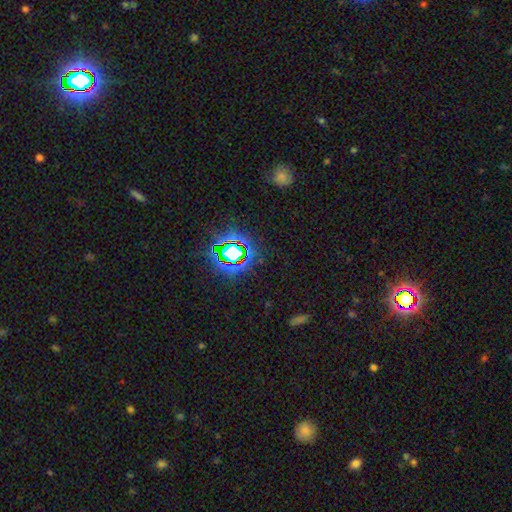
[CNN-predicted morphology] Overall: star or artifact (79%).